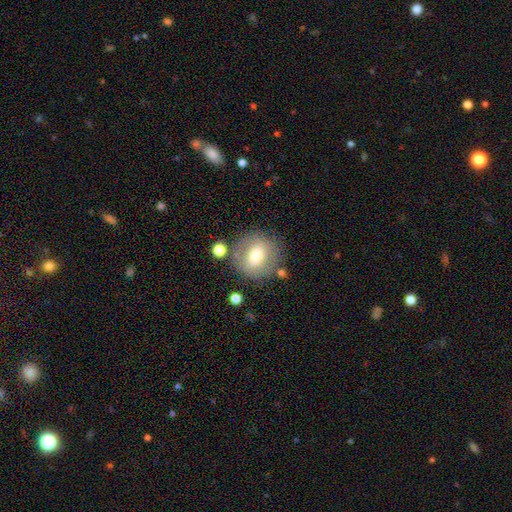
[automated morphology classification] smooth-or-featured: smooth: 66% | featured or disk: 26% | star or artifact: 9%
  how-rounded: round: 86% | in between: 13% | cigar-shaped: 1%
  merging: none: 75% | minor disturbance: 14% | merger: 6% | major disturbance: 6%